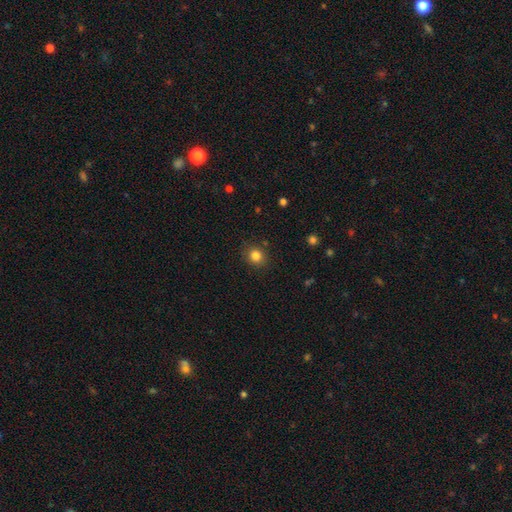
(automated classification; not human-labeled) Q: Smooth or featured?
A: smooth (83%); runner-up: star or artifact (12%)
Q: How rounded?
A: round (83%); runner-up: in between (16%)
Q: Merging?
A: none (87%); runner-up: minor disturbance (8%)